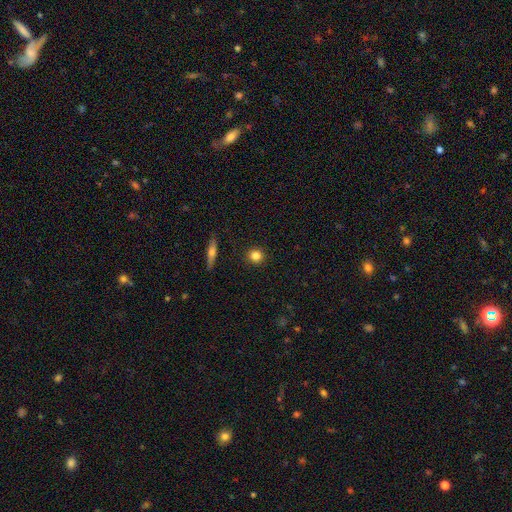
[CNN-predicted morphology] smooth 82%, star or artifact 10%, featured or disk 8%. Down the decision tree: how rounded — round (92%); merging — none (92%).